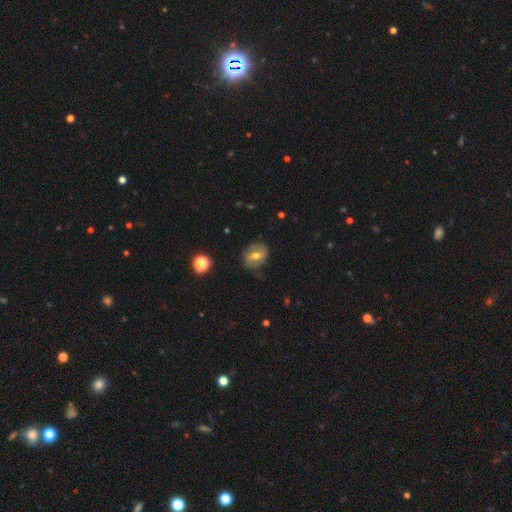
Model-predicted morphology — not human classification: Smooth or featured?
  - smooth: 47% *
  - featured or disk: 44%
  - star or artifact: 9%
Merging?
  - none: 69% *
  - minor disturbance: 22%
  - major disturbance: 8%
  - merger: 2%